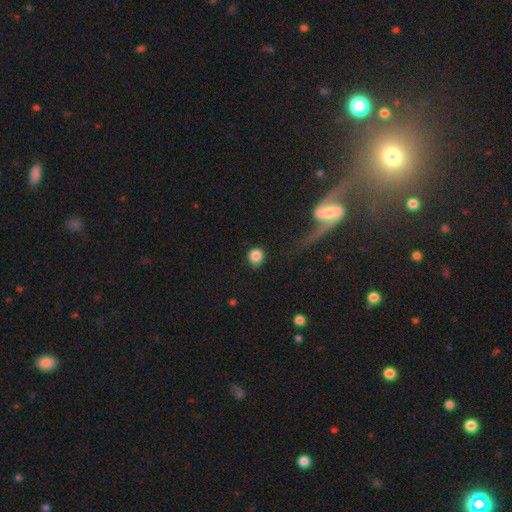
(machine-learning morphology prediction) Q: Smooth or featured?
A: smooth (84%); runner-up: star or artifact (9%)
Q: How rounded?
A: round (85%); runner-up: in between (14%)
Q: Merging?
A: none (66%); runner-up: minor disturbance (20%)